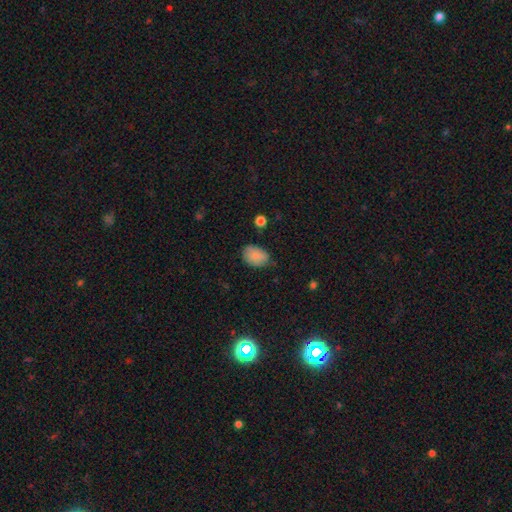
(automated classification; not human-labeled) Overall: smooth (86%). How rounded: in between (80%). Merging: none (68%).